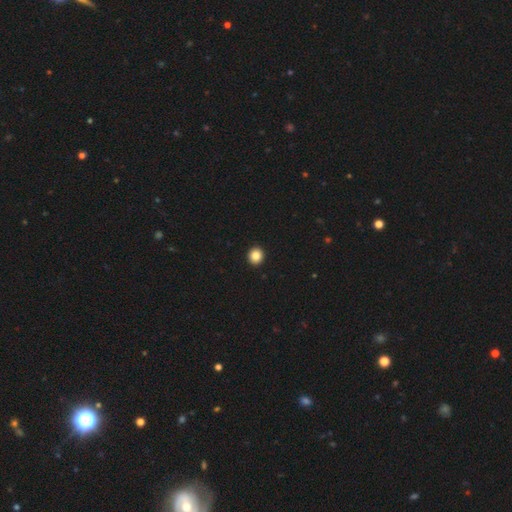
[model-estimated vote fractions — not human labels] Overall: smooth (86%). How rounded: round (87%). Merging: none (94%).